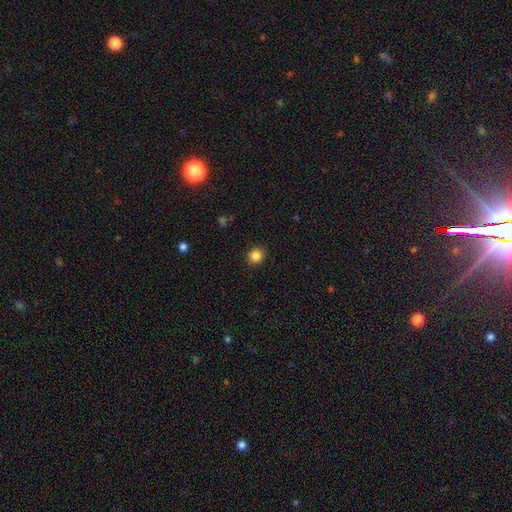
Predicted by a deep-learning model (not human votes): A smooth galaxy with no disk features (85%) that is round (81%).

Vote fractions:
- Smooth or featured? smooth: 85% / star or artifact: 11% / featured or disk: 4%
- How rounded? round: 81% / in between: 18% / cigar-shaped: 1%
- Merging? none: 91% / minor disturbance: 6% / major disturbance: 2% / merger: 1%